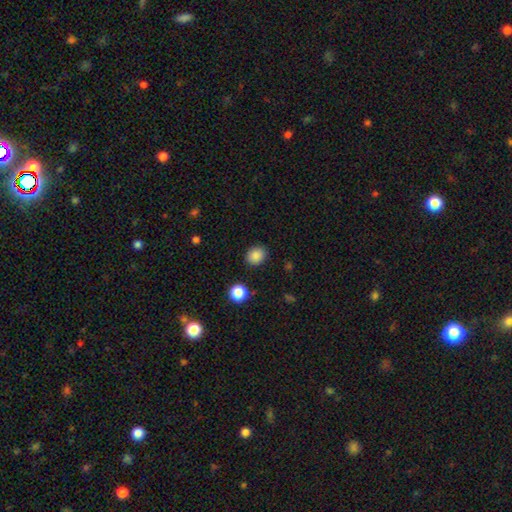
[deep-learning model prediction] Smooth or featured? Predicted: smooth (p=0.87). How rounded? Predicted: round (p=0.70). Merging? Predicted: none (p=0.88).